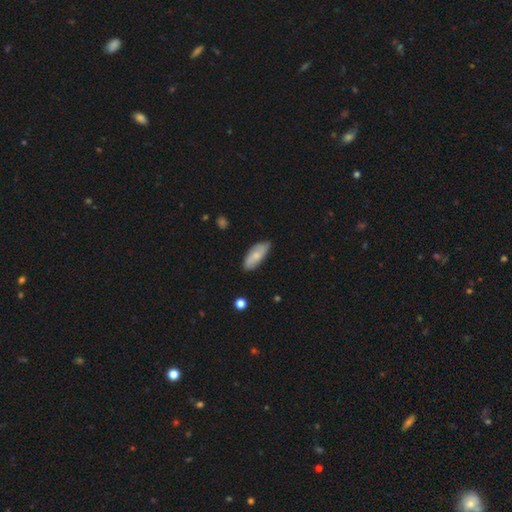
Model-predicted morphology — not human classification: Overall: smooth (69%). How rounded: in between (81%). Merging: none (79%).